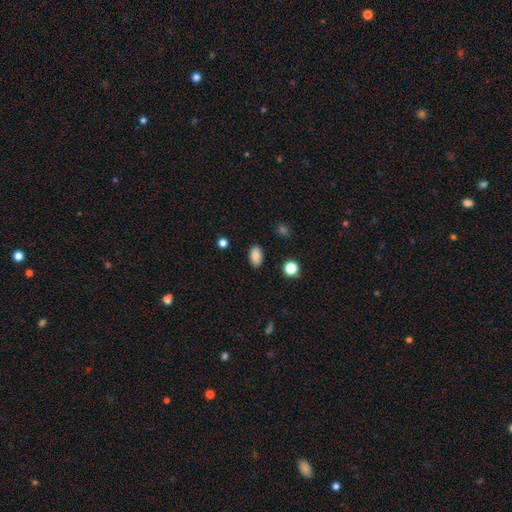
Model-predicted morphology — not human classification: Smooth or featured? Predicted: smooth (p=0.84). How rounded? Predicted: in between (p=0.90). Merging? Predicted: none (p=0.88).